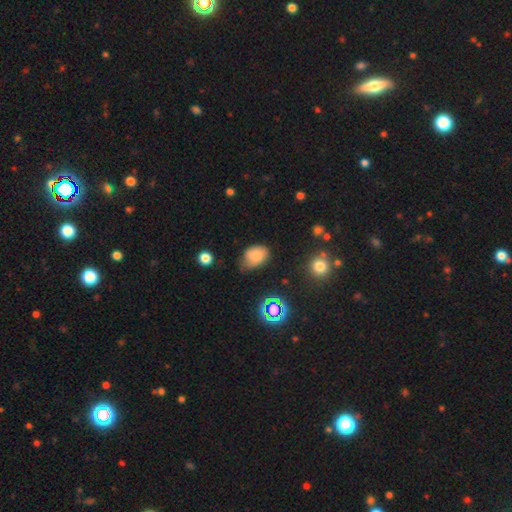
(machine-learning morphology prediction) A smooth galaxy with no disk features (77%) that is in between round and cigar-shaped (77%).

Vote fractions:
- Smooth or featured? smooth: 77% / star or artifact: 12% / featured or disk: 11%
- How rounded? in between: 77% / round: 22% / cigar-shaped: 1%
- Merging? none: 46% / minor disturbance: 40% / major disturbance: 11% / merger: 3%